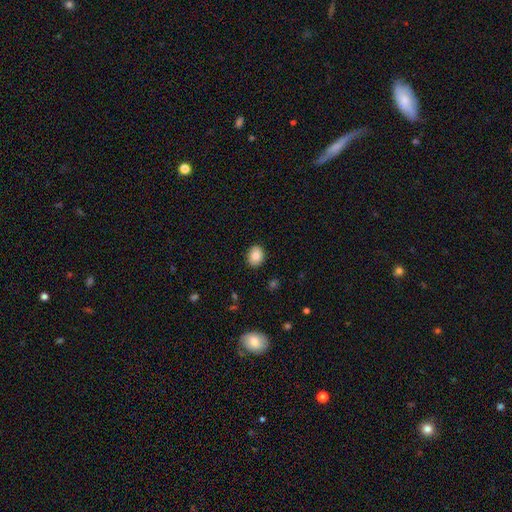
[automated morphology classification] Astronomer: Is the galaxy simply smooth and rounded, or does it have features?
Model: smooth — 84%.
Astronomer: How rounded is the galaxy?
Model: in between — 52% (runner-up: round, 47%).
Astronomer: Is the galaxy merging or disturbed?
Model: none — 90%.